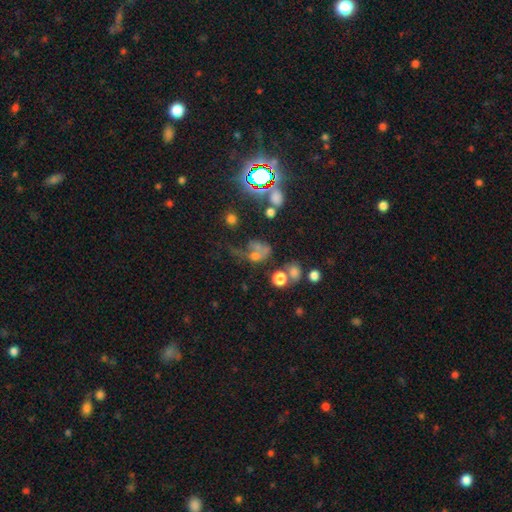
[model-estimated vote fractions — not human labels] Morphology: type=star or artifact (44%).